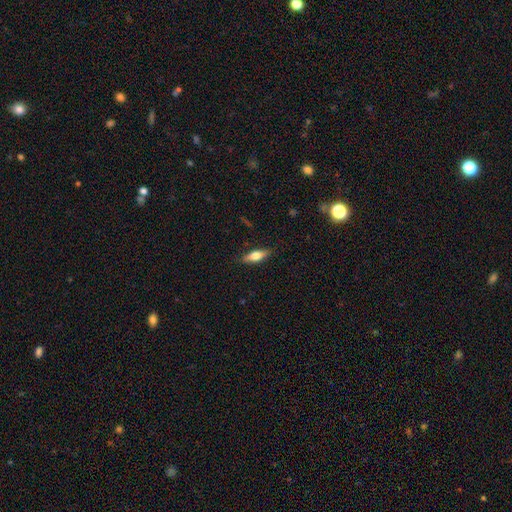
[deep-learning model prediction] A smooth galaxy with no disk features (59%) that is in between round and cigar-shaped (58%).

Vote fractions:
- Smooth or featured? smooth: 59% / featured or disk: 35% / star or artifact: 6%
- How rounded? in between: 58% / cigar-shaped: 39% / round: 3%
- Merging? none: 86% / minor disturbance: 11% / major disturbance: 2% / merger: 1%